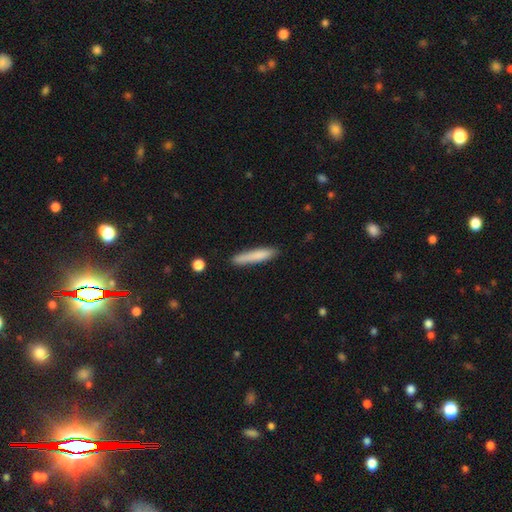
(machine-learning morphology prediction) Smooth or featured?
  - smooth: 81% *
  - featured or disk: 13%
  - star or artifact: 6%
How rounded?
  - cigar-shaped: 90% *
  - in between: 8%
  - round: 1%
Merging?
  - none: 83% *
  - minor disturbance: 13%
  - major disturbance: 2%
  - merger: 2%